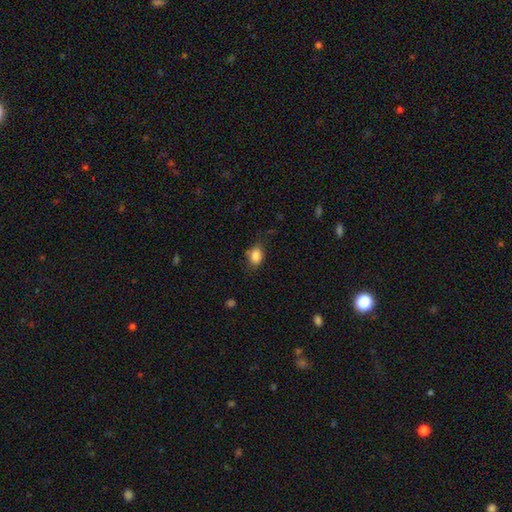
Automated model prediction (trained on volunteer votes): smooth-or-featured: smooth: 85% | star or artifact: 9% | featured or disk: 6%
  how-rounded: in between: 70% | round: 29% | cigar-shaped: 1%
  merging: none: 66% | minor disturbance: 25% | major disturbance: 7% | merger: 3%